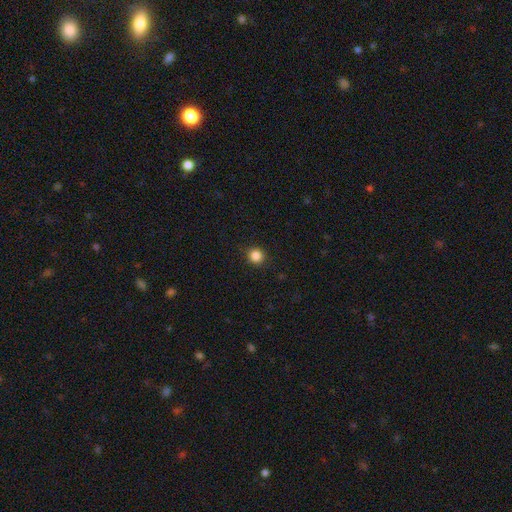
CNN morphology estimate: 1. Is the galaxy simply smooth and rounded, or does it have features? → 86% smooth, 11% star or artifact, 3% featured or disk.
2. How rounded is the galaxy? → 94% round, 5% in between, 1% cigar-shaped.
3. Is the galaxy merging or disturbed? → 91% none, 6% minor disturbance, 2% major disturbance, 1% merger.